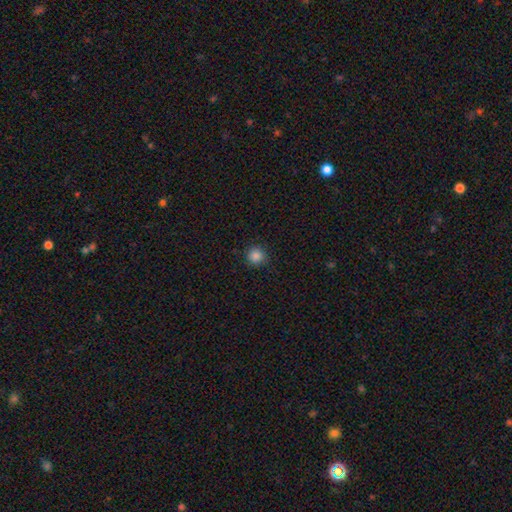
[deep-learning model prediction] The model was most divided on "smooth or featured": smooth: 85%, star or artifact: 12%, featured or disk: 3%. More confident: how rounded — round (94%); merging — none (90%).